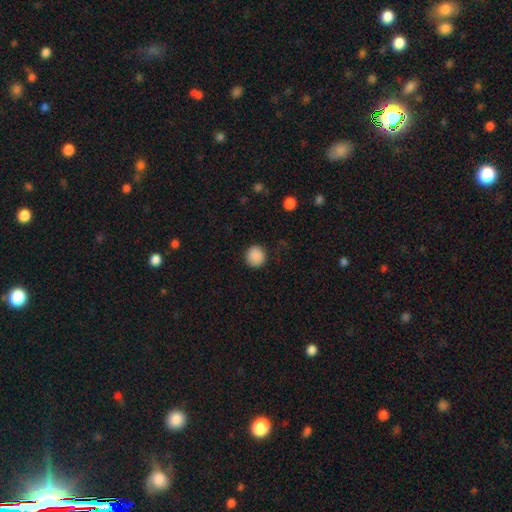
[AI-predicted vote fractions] Smooth or featured?
  - smooth: 89% *
  - star or artifact: 8%
  - featured or disk: 3%
How rounded?
  - round: 92% *
  - in between: 7%
  - cigar-shaped: 1%
Merging?
  - none: 89% *
  - minor disturbance: 8%
  - major disturbance: 2%
  - merger: 1%